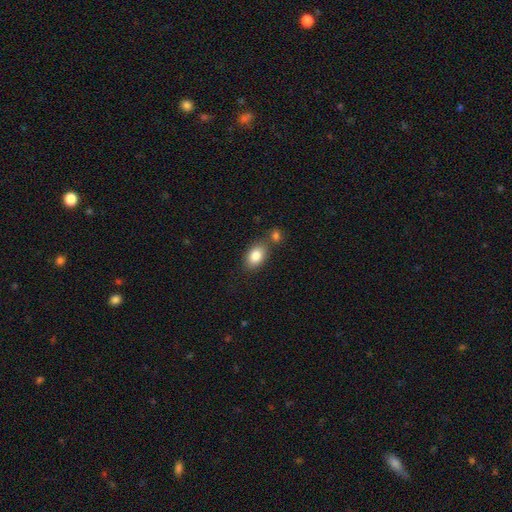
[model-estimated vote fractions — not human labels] smooth 83%, featured or disk 9%, star or artifact 8%. Down the decision tree: how rounded — in between (86%); merging — none (66%).